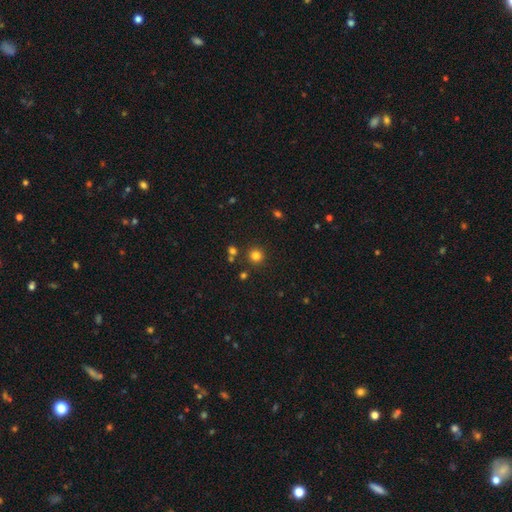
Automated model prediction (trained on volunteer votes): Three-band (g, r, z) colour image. It shows a smooth galaxy with no disk features (79%) that is round (94%). Merging: none (86%).